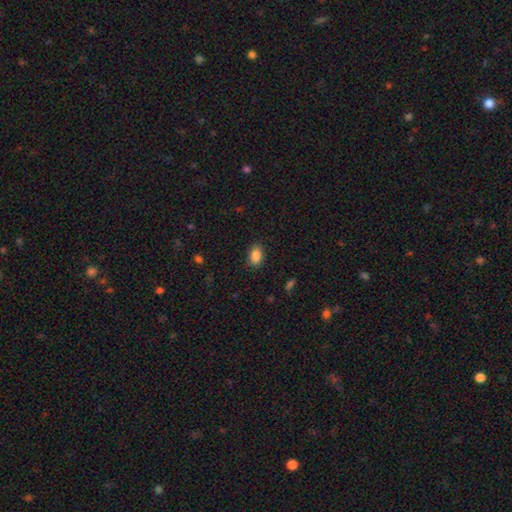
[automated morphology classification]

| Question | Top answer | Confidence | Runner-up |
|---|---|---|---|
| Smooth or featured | smooth | 87% | star or artifact (9%) |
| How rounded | in between | 86% | round (12%) |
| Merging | none | 85% | minor disturbance (11%) |